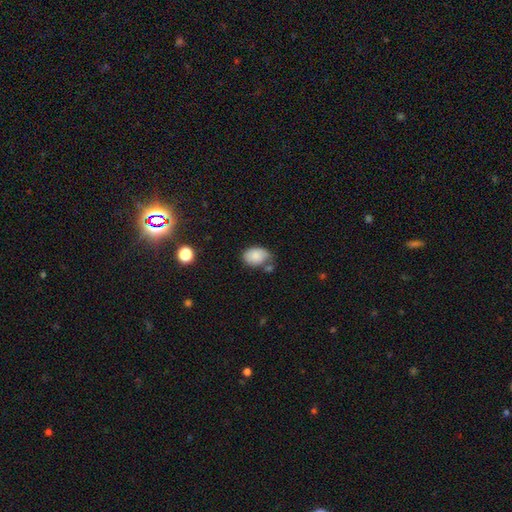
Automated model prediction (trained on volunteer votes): Smooth or featured: smooth — 84% (star or artifact — 8%)
How rounded: in between — 79% (round — 20%)
Merging: none — 55% (minor disturbance — 26%)